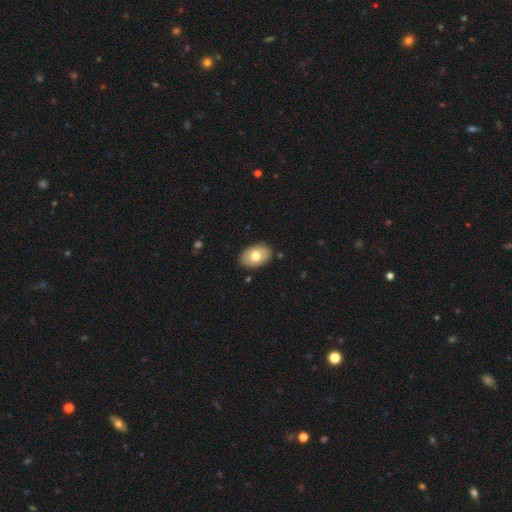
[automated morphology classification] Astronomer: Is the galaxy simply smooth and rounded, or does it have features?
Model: smooth — 74%.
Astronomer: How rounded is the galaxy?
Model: in between — 88%.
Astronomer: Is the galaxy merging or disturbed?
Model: none — 87%.